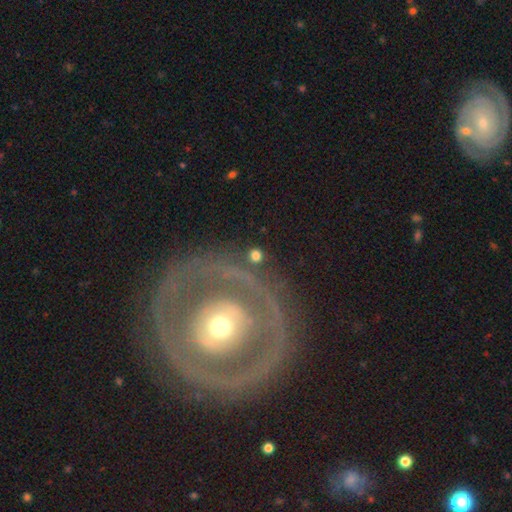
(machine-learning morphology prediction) smooth-or-featured: smooth: 63% | featured or disk: 21% | star or artifact: 15%
  how-rounded: round: 86% | in between: 12% | cigar-shaped: 2%
  merging: none: 81% | minor disturbance: 8% | merger: 6% | major disturbance: 5%